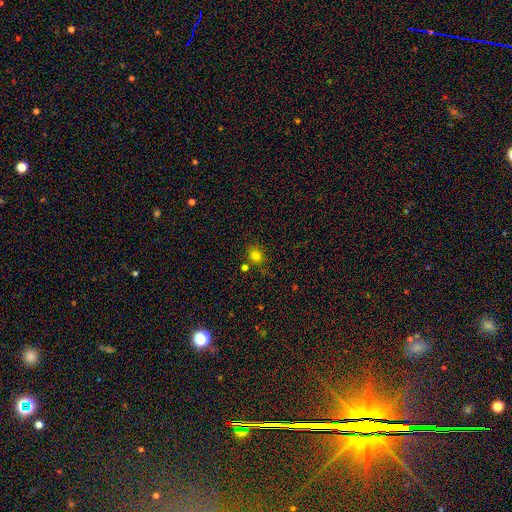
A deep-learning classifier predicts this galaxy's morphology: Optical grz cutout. It shows a smooth galaxy with no disk features (78%) that is round (62%). Merging: none (74%).